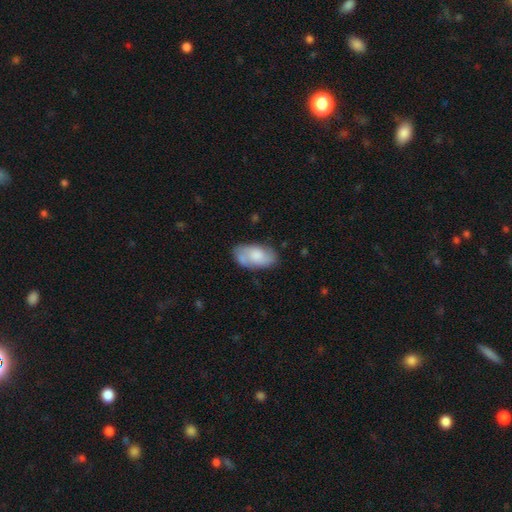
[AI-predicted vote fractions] A smooth galaxy with no disk features (57%) that is in between round and cigar-shaped (94%).

Vote fractions:
- Smooth or featured? smooth: 57% / featured or disk: 37% / star or artifact: 7%
- How rounded? in between: 94% / round: 4% / cigar-shaped: 3%
- Merging? none: 65% / minor disturbance: 23% / major disturbance: 6% / merger: 6%